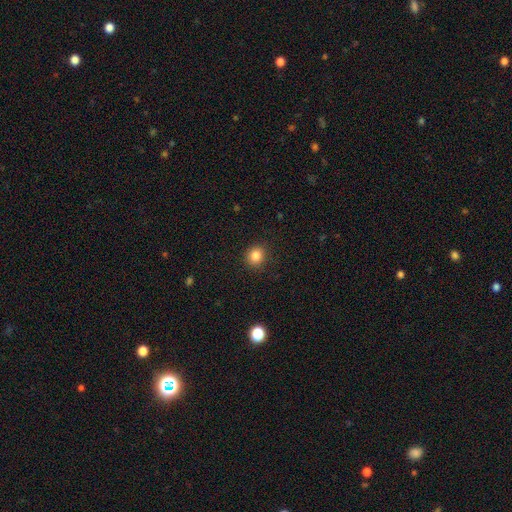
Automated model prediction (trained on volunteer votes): Smooth or featured? Predicted: smooth (p=0.84). How rounded? Predicted: round (p=0.83). Merging? Predicted: none (p=0.90).